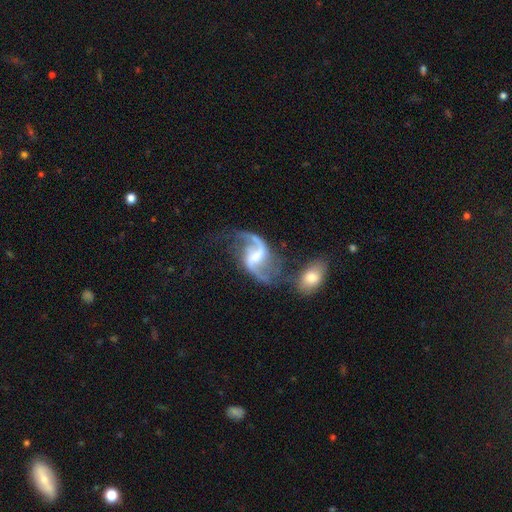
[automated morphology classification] Smooth or featured: featured or disk — 89% (star or artifact — 6%)
Edge-on disk: no — 98% (yes — 2%)
Bar: weak — 49% (strong — 33%)
Spiral arms: yes — 96% (no — 4%)
Spiral winding: loose — 73% (medium — 23%)
Spiral arm count: 2 — 91% (1 — 4%)
Bulge size: small — 32% (none — 30%)
Merging: none — 45% (merger — 23%)